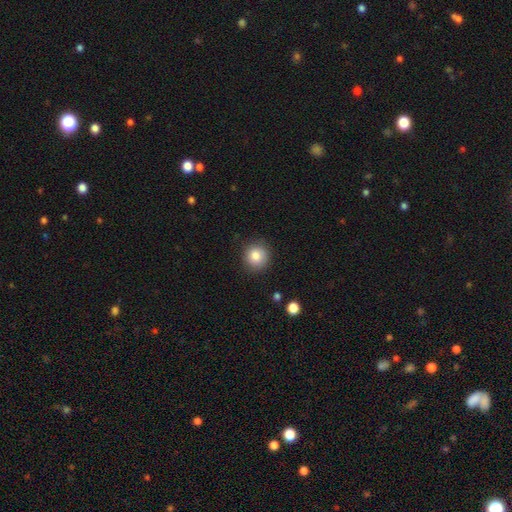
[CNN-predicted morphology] Smooth or featured? smooth (84%)
How rounded? round (90%)
Merging? none (87%)